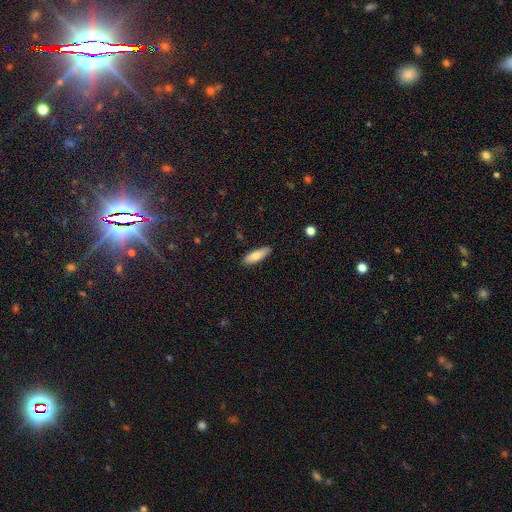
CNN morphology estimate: Smooth or featured: smooth — 76% (featured or disk — 18%)
How rounded: in between — 57% (cigar-shaped — 41%)
Merging: none — 87% (minor disturbance — 10%)